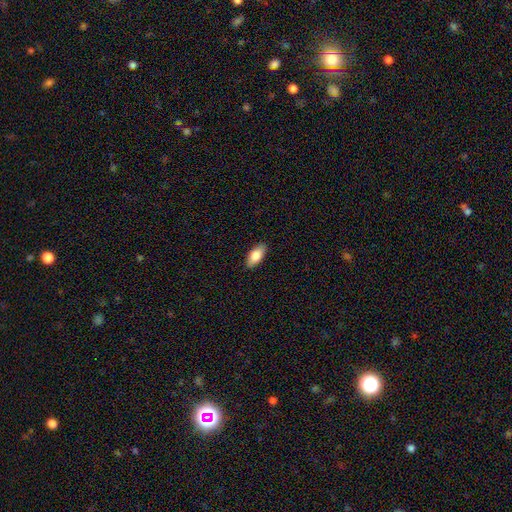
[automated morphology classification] Smooth or featured?
  - smooth: 81% *
  - featured or disk: 13%
  - star or artifact: 6%
How rounded?
  - in between: 88% *
  - cigar-shaped: 9%
  - round: 3%
Merging?
  - none: 89% *
  - minor disturbance: 8%
  - major disturbance: 2%
  - merger: 1%